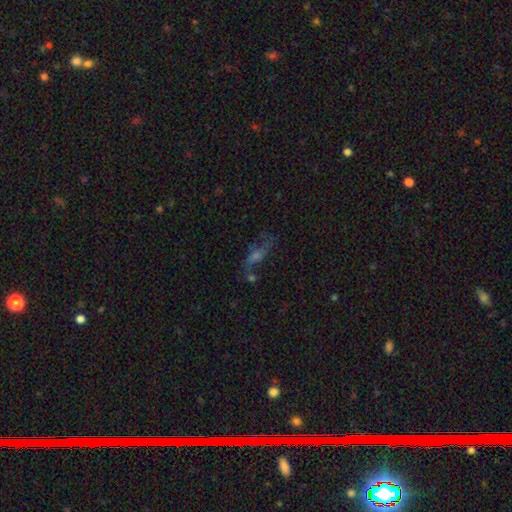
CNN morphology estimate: featured or disk 51%, smooth 27%, star or artifact 22%. Down the decision tree: edge-on disk — no (74%); merging — none (58%).